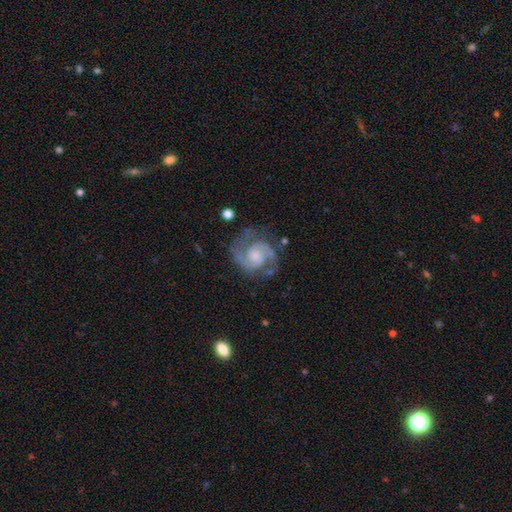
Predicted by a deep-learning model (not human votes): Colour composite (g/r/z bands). It shows a featured or disk galaxy (91%) with no bar (59%), 2 (92%) medium (54%) spiral arms (98%) and a small central bulge (42%). Merging: none (76%).